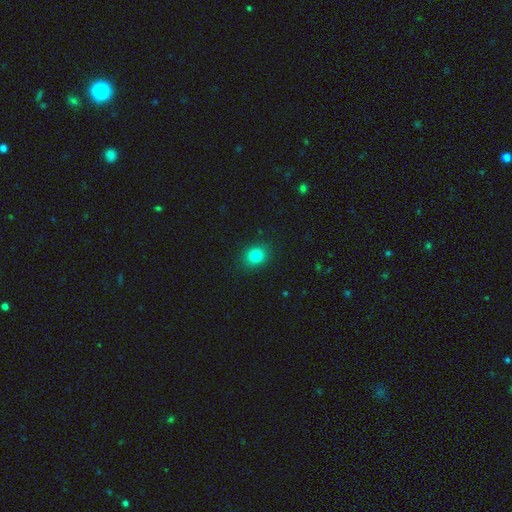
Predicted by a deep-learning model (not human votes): smooth-or-featured: smooth: 81% | star or artifact: 13% | featured or disk: 7%
  how-rounded: round: 68% | in between: 31% | cigar-shaped: 1%
  merging: none: 90% | minor disturbance: 7% | major disturbance: 2% | merger: 1%